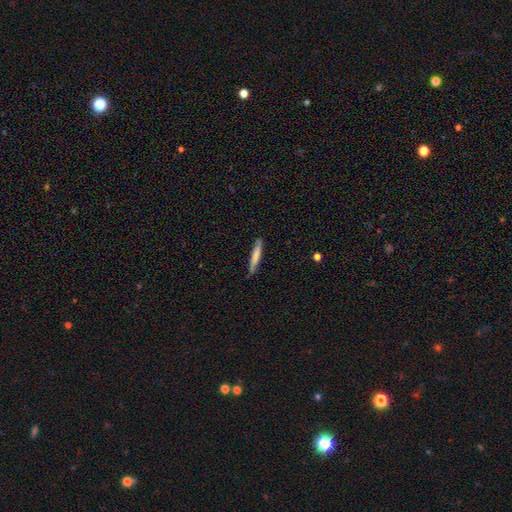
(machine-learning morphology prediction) smooth 68%, featured or disk 26%, star or artifact 5%. Down the decision tree: how rounded — cigar-shaped (95%); merging — none (84%).